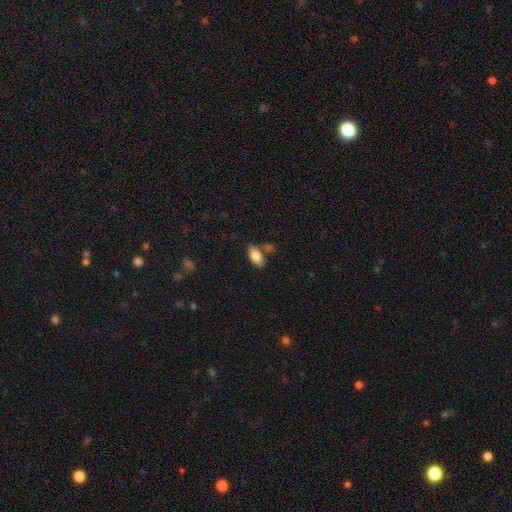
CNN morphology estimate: Q: Smooth or featured?
A: smooth (83%); runner-up: featured or disk (10%)
Q: How rounded?
A: in between (91%); runner-up: cigar-shaped (6%)
Q: Merging?
A: none (75%); runner-up: minor disturbance (13%)